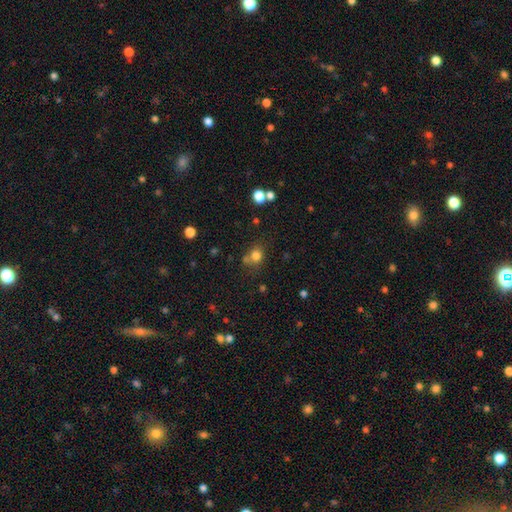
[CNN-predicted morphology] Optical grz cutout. It shows a smooth galaxy with no disk features (77%) that is round (74%). Merging: none (61%).